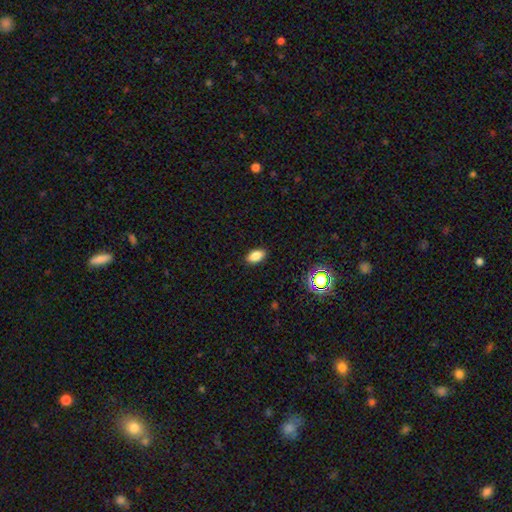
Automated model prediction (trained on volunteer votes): This appears to be a smooth galaxy with no disk features (84%) that is in between round and cigar-shaped (90%). Merging: none (88%).